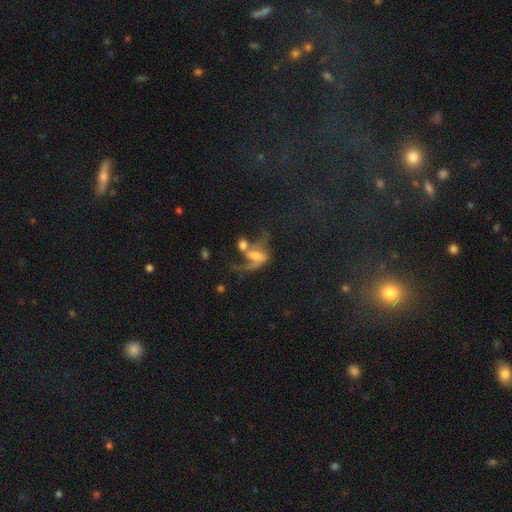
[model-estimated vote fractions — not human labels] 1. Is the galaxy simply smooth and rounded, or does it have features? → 54% featured or disk, 32% smooth, 14% star or artifact.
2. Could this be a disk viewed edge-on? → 91% no, 9% yes.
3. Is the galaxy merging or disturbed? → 50% merger, 26% major disturbance, 15% none, 9% minor disturbance.